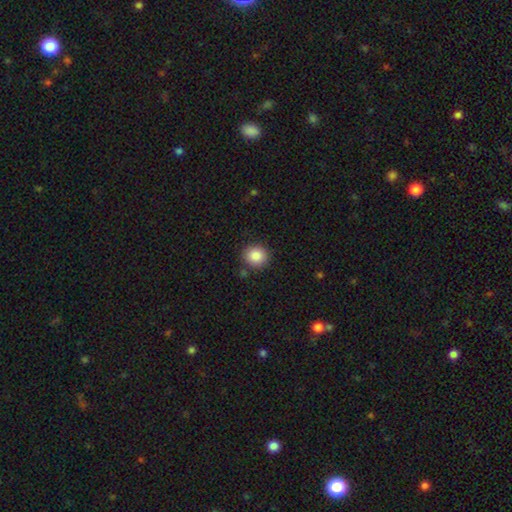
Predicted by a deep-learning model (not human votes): Smooth or featured? Predicted: smooth (p=0.86). How rounded? Predicted: round (p=0.85). Merging? Predicted: none (p=0.87).